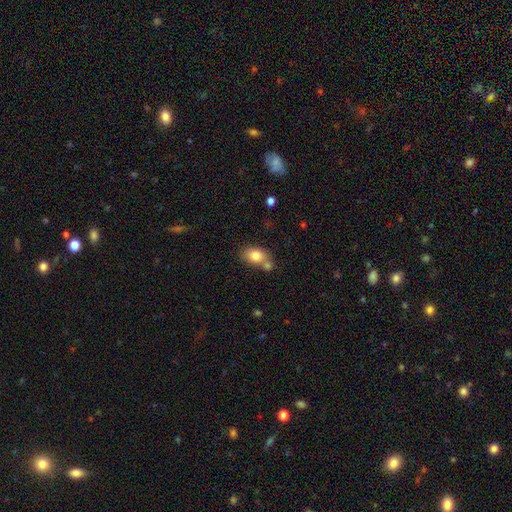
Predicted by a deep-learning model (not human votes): smooth 80%, featured or disk 11%, star or artifact 9%. Down the decision tree: how rounded — in between (76%); merging — none (53%).